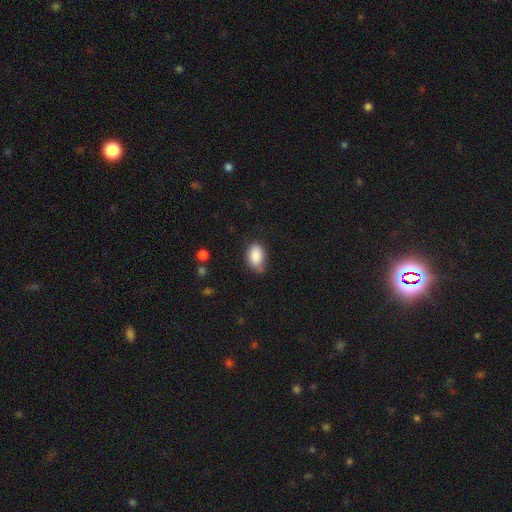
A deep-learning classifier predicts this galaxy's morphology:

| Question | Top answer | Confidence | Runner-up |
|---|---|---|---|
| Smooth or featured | smooth | 87% | star or artifact (7%) |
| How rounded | in between | 87% | round (11%) |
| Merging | none | 63% | minor disturbance (29%) |